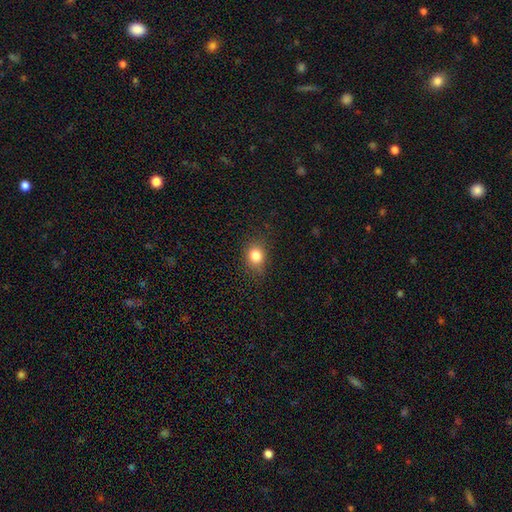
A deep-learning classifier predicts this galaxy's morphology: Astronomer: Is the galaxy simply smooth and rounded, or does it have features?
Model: smooth — 82%.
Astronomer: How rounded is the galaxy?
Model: round — 63%.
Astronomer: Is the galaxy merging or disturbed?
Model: none — 79%.